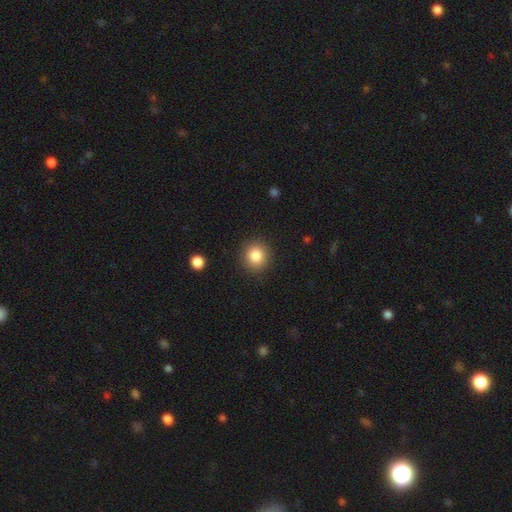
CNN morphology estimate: smooth_or_featured: smooth (p=0.85) [alt: star or artifact p=0.10]
how_rounded: round (p=0.89) [alt: in between p=0.10]
merging: none (p=0.90) [alt: minor disturbance p=0.07]